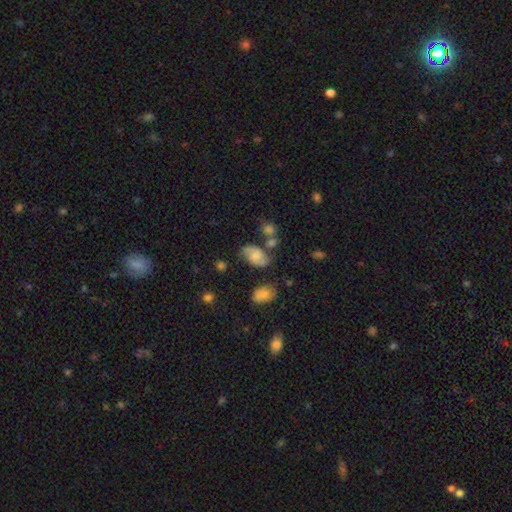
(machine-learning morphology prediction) smooth-or-featured: featured or disk: 54% | smooth: 36% | star or artifact: 10%
  disk-edge-on: no: 96% | yes: 4%
    bar: no: 60% | weak: 34% | strong: 6%
    has-spiral-arms: yes: 89% | no: 11%
    bulge-size: small: 38% | moderate: 31% | none: 20% | large: 8% | dominant: 2%
  merging: none: 54% | minor disturbance: 23% | major disturbance: 11% | merger: 11%